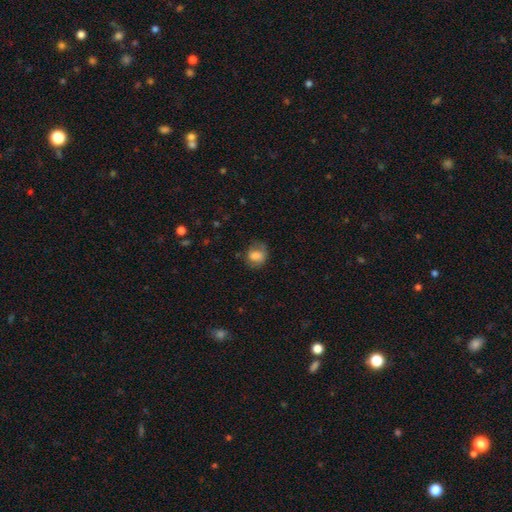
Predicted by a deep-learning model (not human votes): smooth-or-featured: smooth: 77% | featured or disk: 13% | star or artifact: 9%
  how-rounded: round: 60% | in between: 39% | cigar-shaped: 1%
  merging: none: 63% | minor disturbance: 25% | major disturbance: 11% | merger: 2%